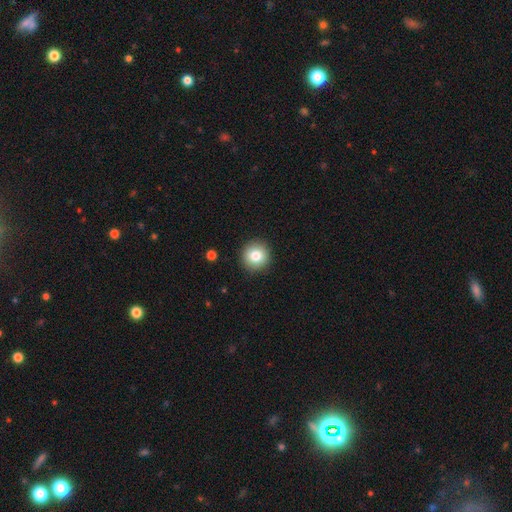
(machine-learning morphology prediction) Smooth or featured? smooth (81%)
How rounded? round (94%)
Merging? none (92%)